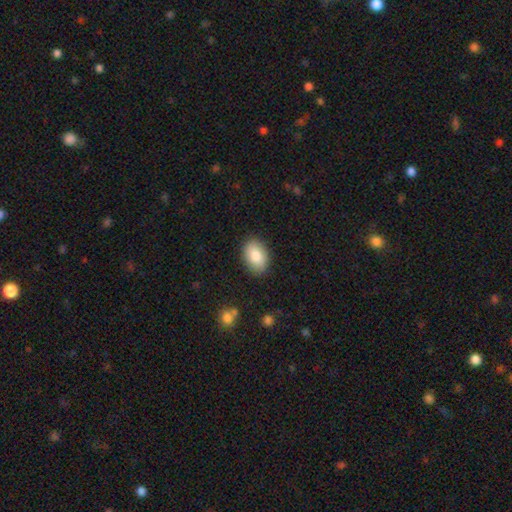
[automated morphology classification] The model was most divided on "how rounded": in between: 83%, round: 16%, cigar-shaped: 1%. More confident: merging — none (88%); smooth or featured — smooth (84%).